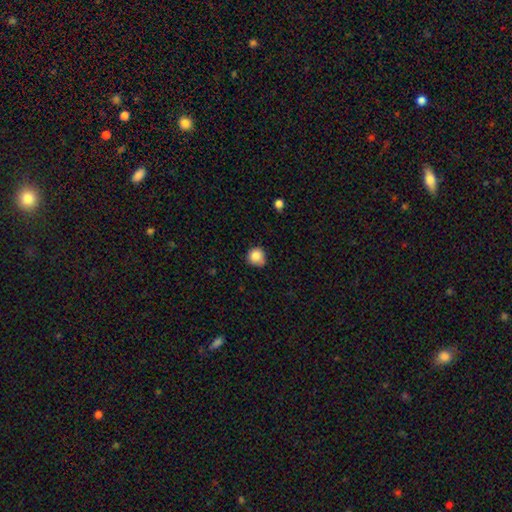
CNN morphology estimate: Q: Smooth or featured?
A: smooth (84%); runner-up: star or artifact (10%)
Q: How rounded?
A: round (88%); runner-up: in between (11%)
Q: Merging?
A: none (68%); runner-up: minor disturbance (25%)